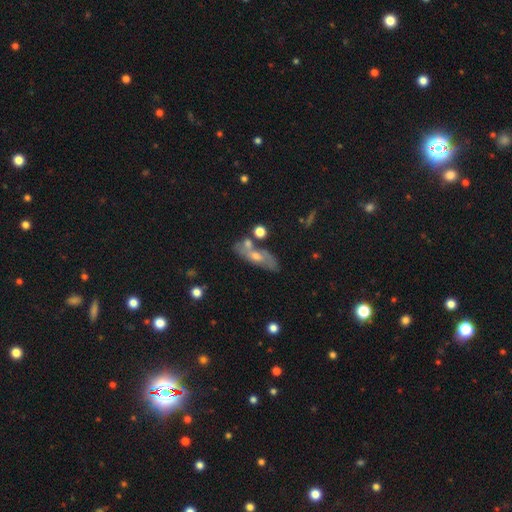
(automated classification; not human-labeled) Smooth or featured?
  - featured or disk: 53% *
  - smooth: 37%
  - star or artifact: 10%
Edge-on disk?
  - no: 73% *
  - yes: 27%
Merging?
  - none: 57% *
  - minor disturbance: 18%
  - merger: 18%
  - major disturbance: 7%